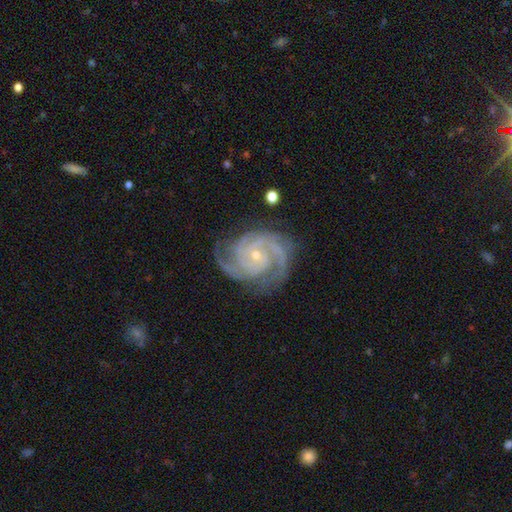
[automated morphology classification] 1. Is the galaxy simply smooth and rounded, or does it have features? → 92% featured or disk, 5% star or artifact, 3% smooth.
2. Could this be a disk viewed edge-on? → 98% no, 2% yes.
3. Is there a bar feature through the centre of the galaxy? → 71% no, 22% weak, 6% strong.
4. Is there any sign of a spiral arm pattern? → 99% yes, 1% no.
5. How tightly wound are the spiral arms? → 62% tight, 34% medium, 4% loose.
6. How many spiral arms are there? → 40% 3, 26% 2, 13% 4, 9% can't tell, 6% more than 4, 6% 1.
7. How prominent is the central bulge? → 77% small, 19% moderate, 1% none, 1% large, 1% dominant.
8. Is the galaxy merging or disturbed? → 76% none, 16% minor disturbance, 6% major disturbance, 1% merger.